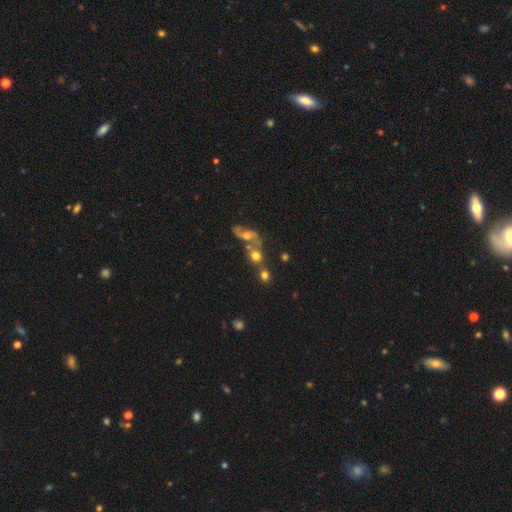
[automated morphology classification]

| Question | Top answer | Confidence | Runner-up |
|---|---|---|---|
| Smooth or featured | smooth | 61% | featured or disk (25%) |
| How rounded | round | 76% | in between (21%) |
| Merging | merger | 45% | none (39%) |